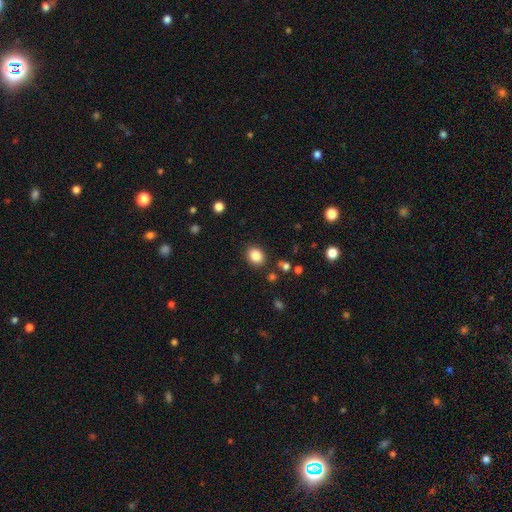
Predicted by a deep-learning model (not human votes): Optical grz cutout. It shows a smooth galaxy with no disk features (86%) that is round (51%). Merging: none (85%).